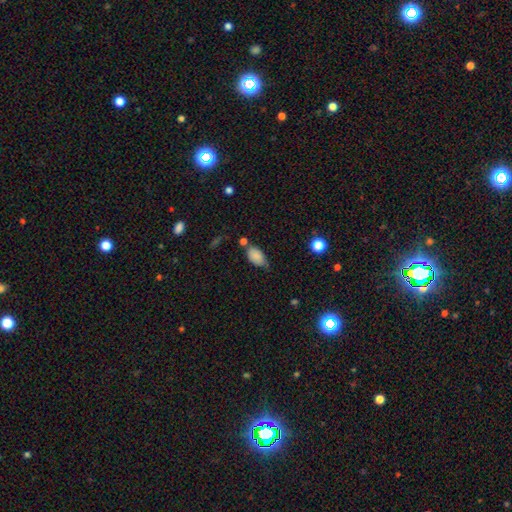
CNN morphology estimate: This is clearly a smooth galaxy (84%). How rounded: clearly in between (90%). Merging: possibly none (45%).